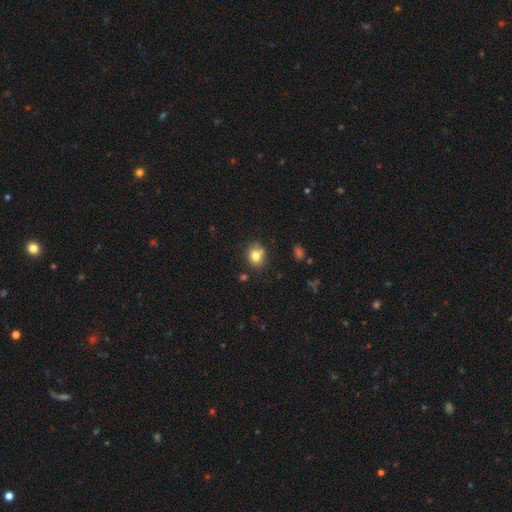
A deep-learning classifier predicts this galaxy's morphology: smooth_or_featured: smooth (p=0.79) [alt: star or artifact p=0.11]
how_rounded: round (p=0.71) [alt: in between p=0.28]
merging: none (p=0.70) [alt: minor disturbance p=0.19]